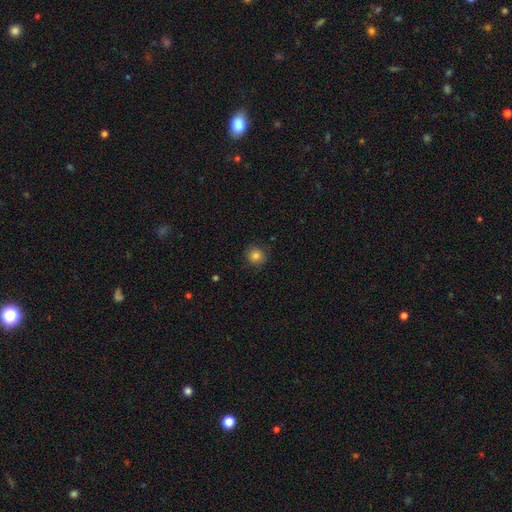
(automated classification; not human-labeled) This is clearly a smooth galaxy (82%). How rounded: clearly round (92%). Merging: clearly none (88%).